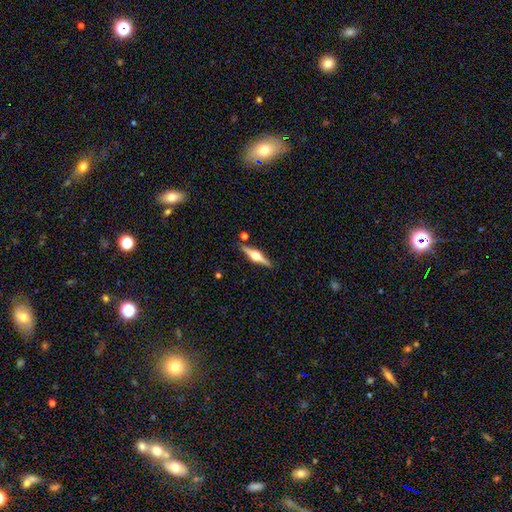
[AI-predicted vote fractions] Smooth or featured? Predicted: featured or disk (p=0.75). Edge-on disk? Predicted: yes (p=0.98). Edge-on bulge? Predicted: rounded (p=0.95). Merging? Predicted: none (p=0.87).